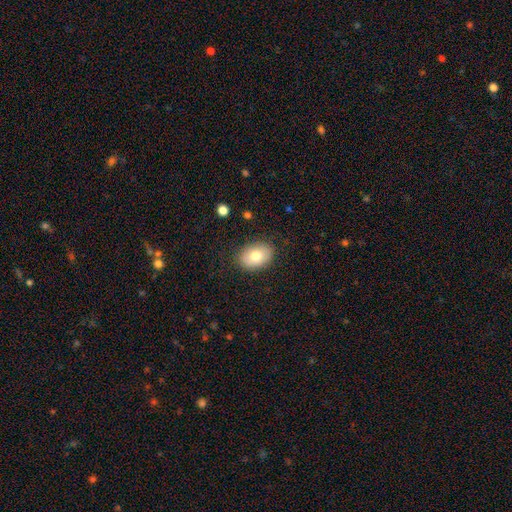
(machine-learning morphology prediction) Smooth or featured? smooth (75%)
How rounded? in between (77%)
Merging? none (85%)